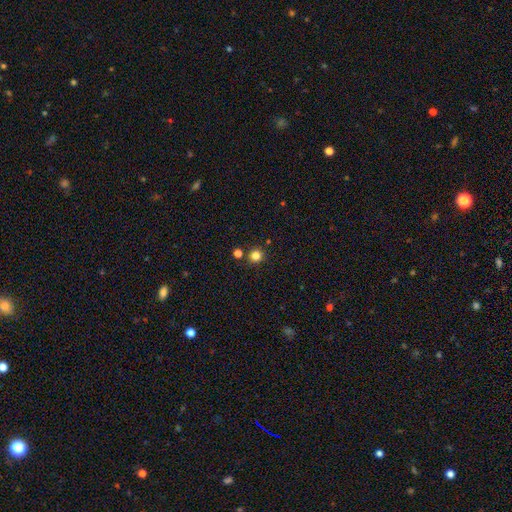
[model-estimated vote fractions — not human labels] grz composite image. It shows a smooth galaxy with no disk features (82%) that is round (94%). Merging: none (85%).